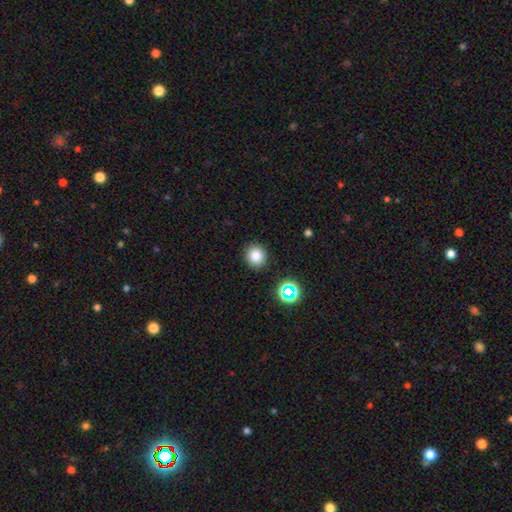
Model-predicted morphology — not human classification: Smooth or featured?
  - smooth: 79% *
  - star or artifact: 14%
  - featured or disk: 7%
How rounded?
  - round: 88% *
  - in between: 11%
  - cigar-shaped: 1%
Merging?
  - none: 90% *
  - minor disturbance: 6%
  - major disturbance: 2%
  - merger: 2%